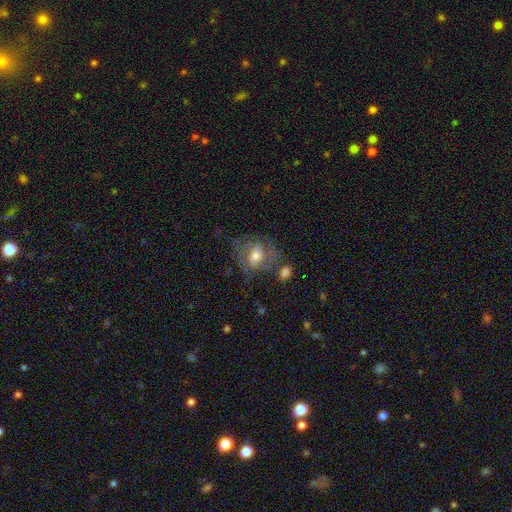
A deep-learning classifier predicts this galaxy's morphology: Overall: featured or disk (63%; smooth 30%). Edge-on disk: no (97%). Bar: no (48%; weak 41%). Spiral arms: yes (79%). Bulge size: moderate (61%). Merging: none (52%; minor disturbance 21%).